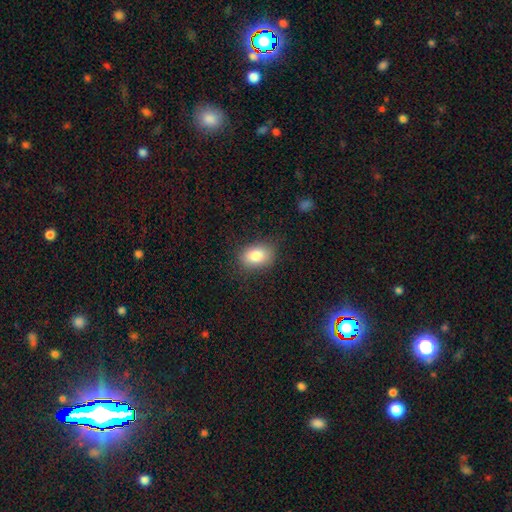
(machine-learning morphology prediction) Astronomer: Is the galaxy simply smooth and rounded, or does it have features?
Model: smooth — 83%.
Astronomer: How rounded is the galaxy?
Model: in between — 76%.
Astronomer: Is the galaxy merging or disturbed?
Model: none — 81%.